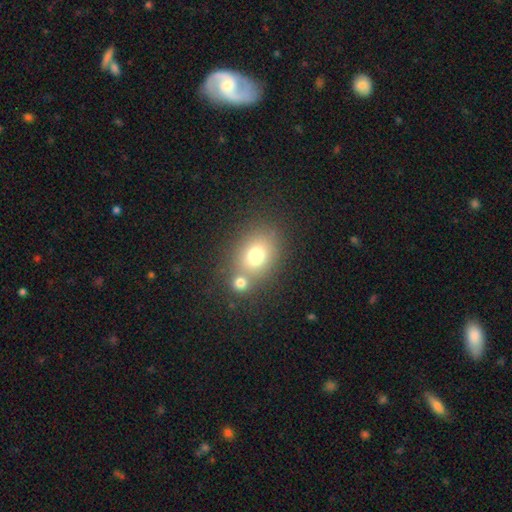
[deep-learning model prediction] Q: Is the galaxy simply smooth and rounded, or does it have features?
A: smooth — 74%.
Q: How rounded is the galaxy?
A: in between — 50%.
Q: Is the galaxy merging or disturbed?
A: none — 55%.